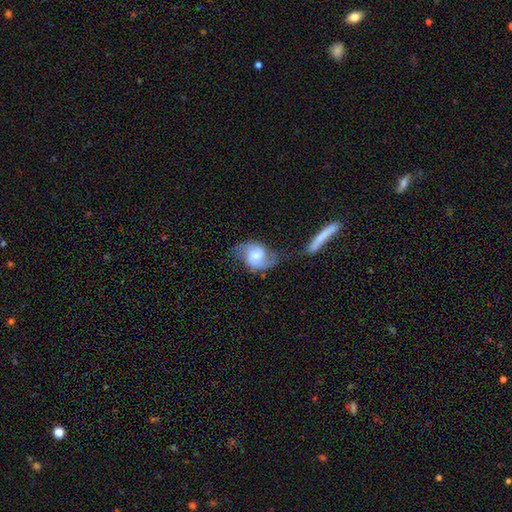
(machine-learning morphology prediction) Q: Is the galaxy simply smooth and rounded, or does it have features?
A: featured or disk — 77%.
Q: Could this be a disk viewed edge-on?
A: no — 97%.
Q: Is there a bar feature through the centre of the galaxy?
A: weak — 54%.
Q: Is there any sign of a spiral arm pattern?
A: yes — 94%.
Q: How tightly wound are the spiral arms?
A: medium — 50%.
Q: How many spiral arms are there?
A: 2 — 89%.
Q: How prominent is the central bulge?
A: moderate — 42%.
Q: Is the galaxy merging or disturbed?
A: none — 50%.